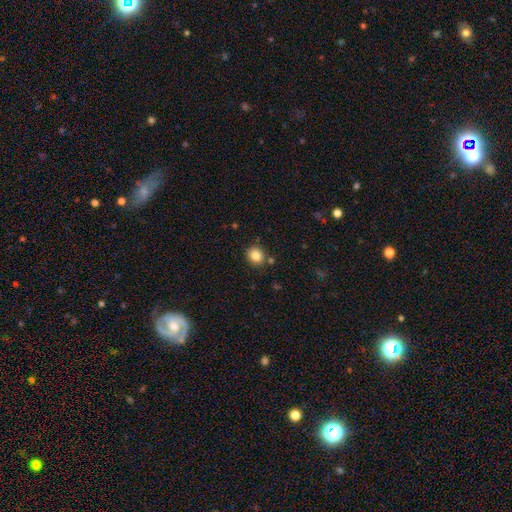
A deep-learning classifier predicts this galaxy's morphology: Smooth or featured?
  - smooth: 85% *
  - star or artifact: 10%
  - featured or disk: 5%
How rounded?
  - round: 75% *
  - in between: 24%
  - cigar-shaped: 1%
Merging?
  - none: 83% *
  - minor disturbance: 9%
  - merger: 5%
  - major disturbance: 3%